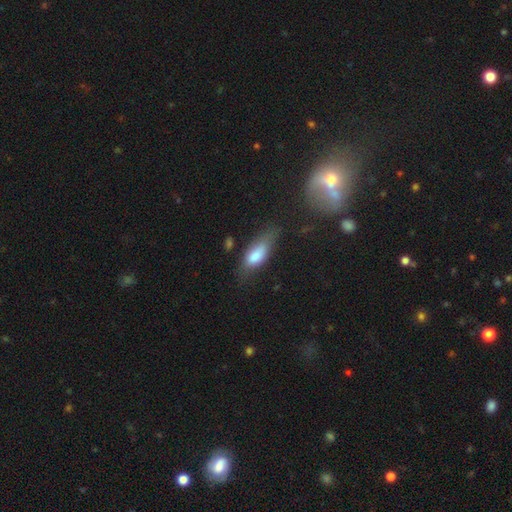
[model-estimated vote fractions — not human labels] Morphology: type=smooth (76%); roundness=in between (73%); merging=none (46%).